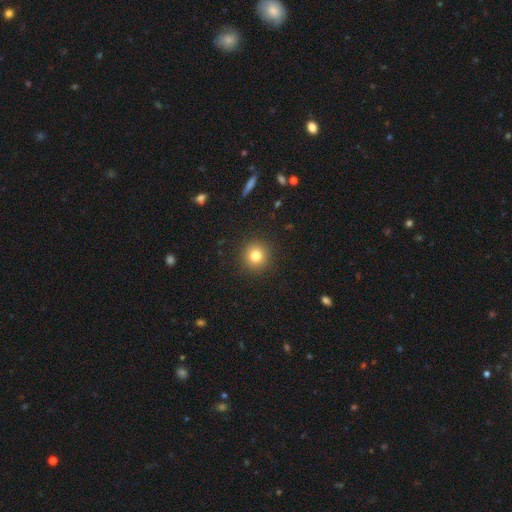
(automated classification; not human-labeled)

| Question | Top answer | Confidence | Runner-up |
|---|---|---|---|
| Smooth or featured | smooth | 80% | star or artifact (12%) |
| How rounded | round | 94% | in between (5%) |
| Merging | none | 92% | minor disturbance (5%) |